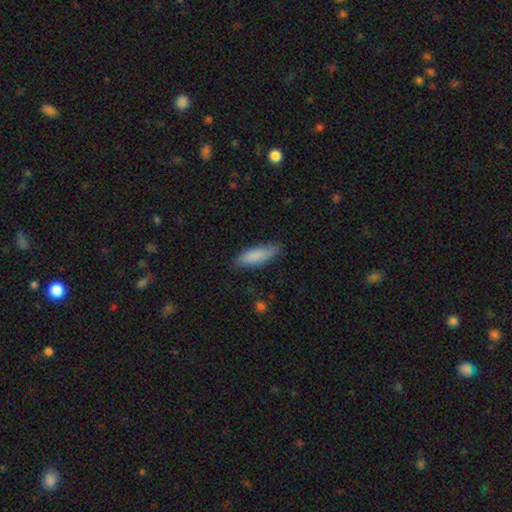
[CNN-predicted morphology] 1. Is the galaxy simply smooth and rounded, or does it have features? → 86% smooth, 9% featured or disk, 6% star or artifact.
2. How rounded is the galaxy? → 54% in between, 44% cigar-shaped, 2% round.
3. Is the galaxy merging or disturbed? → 81% none, 15% minor disturbance, 3% major disturbance, 1% merger.